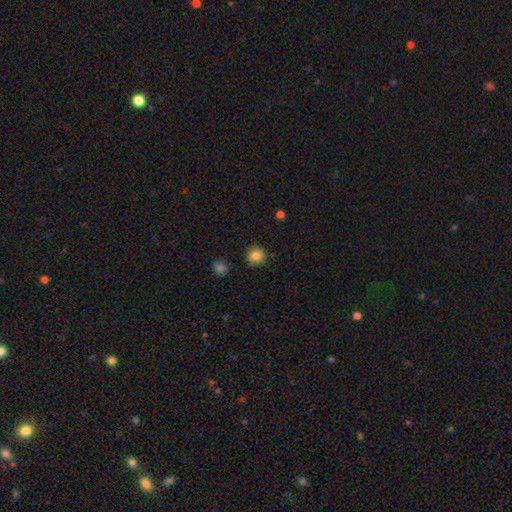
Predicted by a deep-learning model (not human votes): A smooth galaxy with no disk features (84%) that is round (92%).

Vote fractions:
- Smooth or featured? smooth: 84% / star or artifact: 10% / featured or disk: 6%
- How rounded? round: 92% / in between: 7% / cigar-shaped: 1%
- Merging? none: 89% / minor disturbance: 7% / major disturbance: 2% / merger: 2%